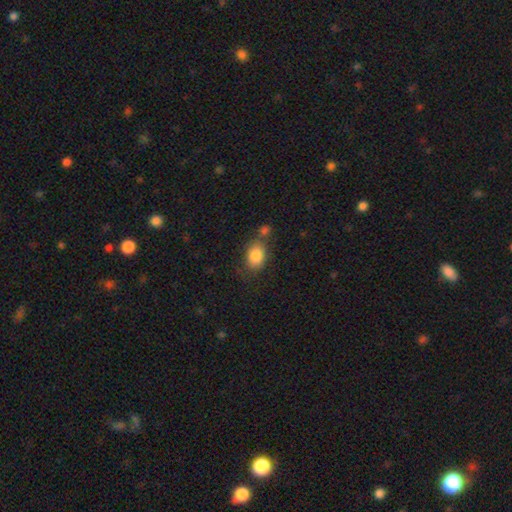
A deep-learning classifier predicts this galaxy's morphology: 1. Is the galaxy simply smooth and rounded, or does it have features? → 85% smooth, 8% star or artifact, 7% featured or disk.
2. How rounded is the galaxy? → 75% in between, 23% round, 1% cigar-shaped.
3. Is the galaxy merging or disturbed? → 61% none, 17% merger, 16% minor disturbance, 5% major disturbance.